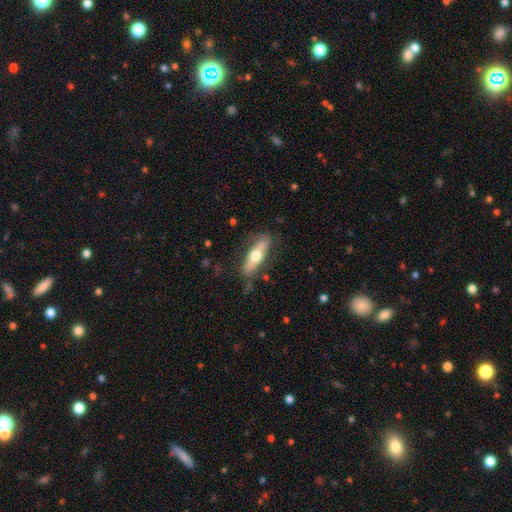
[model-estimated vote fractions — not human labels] smooth_or_featured: smooth (p=0.52) [alt: featured or disk p=0.43]
how_rounded: cigar-shaped (p=0.53) [alt: in between p=0.45]
merging: none (p=0.77) [alt: minor disturbance p=0.16]